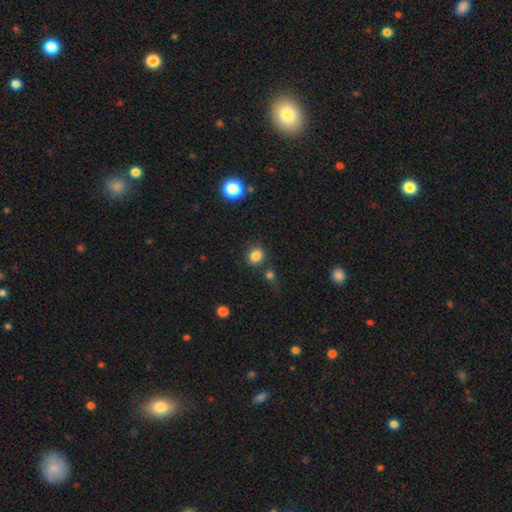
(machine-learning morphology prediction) A smooth galaxy with no disk features (84%) that is round (65%). Merging: none (78%).